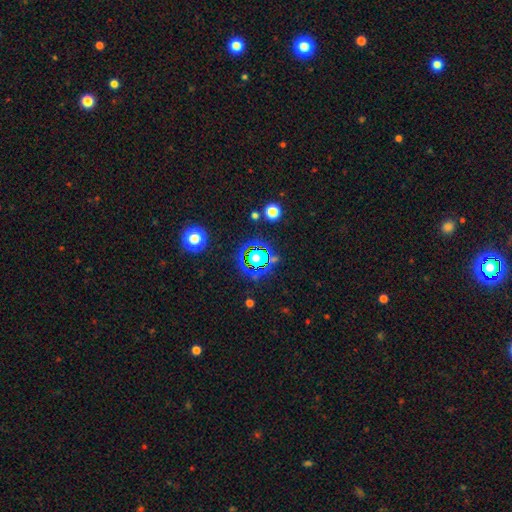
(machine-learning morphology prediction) Smooth or featured: star or artifact — 58% (smooth — 30%)